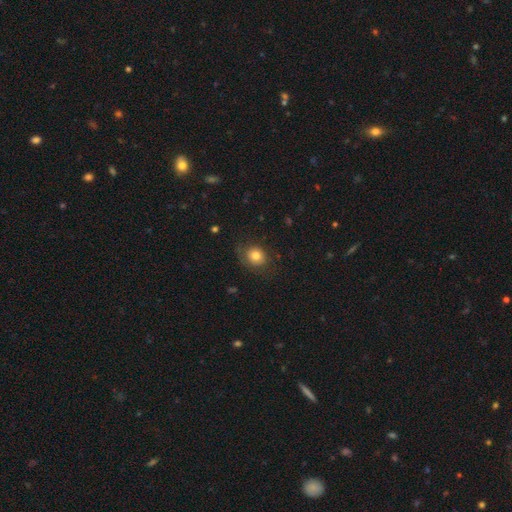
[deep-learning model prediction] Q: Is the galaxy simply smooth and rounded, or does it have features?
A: smooth — 77%.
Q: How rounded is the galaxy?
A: round — 69%.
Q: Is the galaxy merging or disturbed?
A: none — 73%.